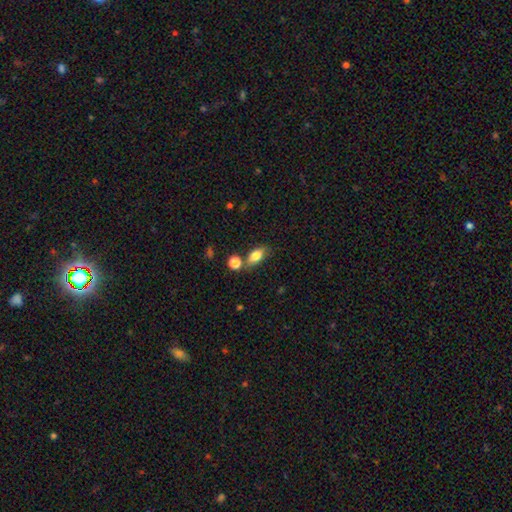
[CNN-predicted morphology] smooth-or-featured: smooth: 80% | featured or disk: 12% | star or artifact: 9%
  how-rounded: in between: 83% | round: 9% | cigar-shaped: 8%
  merging: none: 66% | minor disturbance: 15% | merger: 14% | major disturbance: 5%